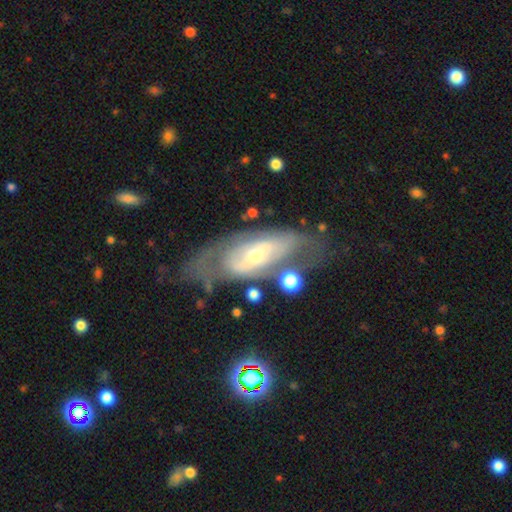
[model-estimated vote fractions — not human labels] featured or disk 73%, smooth 20%, star or artifact 7%. Down the decision tree: edge-on disk — no (86%); bar — no (47%); spiral arms — yes (62%); bulge size — small (57%); merging — none (57%).